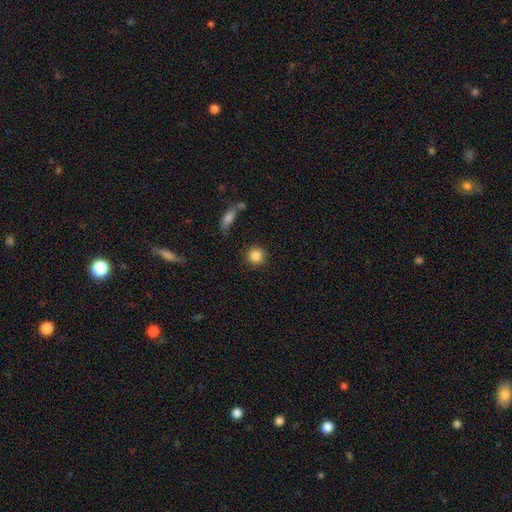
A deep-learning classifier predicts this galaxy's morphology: type=smooth (87%); roundness=round (93%); merging=none (88%).